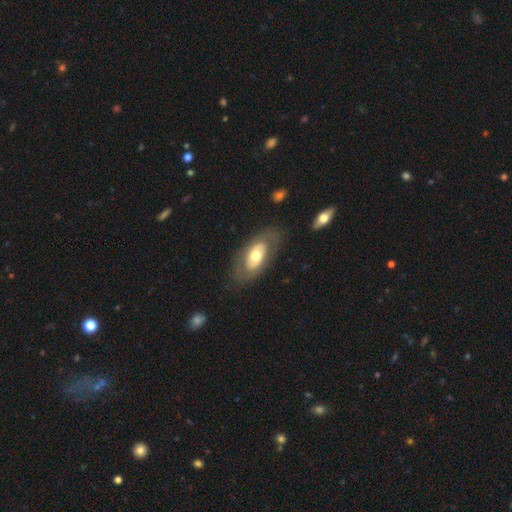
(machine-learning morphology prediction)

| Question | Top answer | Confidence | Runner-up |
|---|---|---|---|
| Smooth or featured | featured or disk | 50% | smooth (44%) |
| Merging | none | 76% | minor disturbance (15%) |